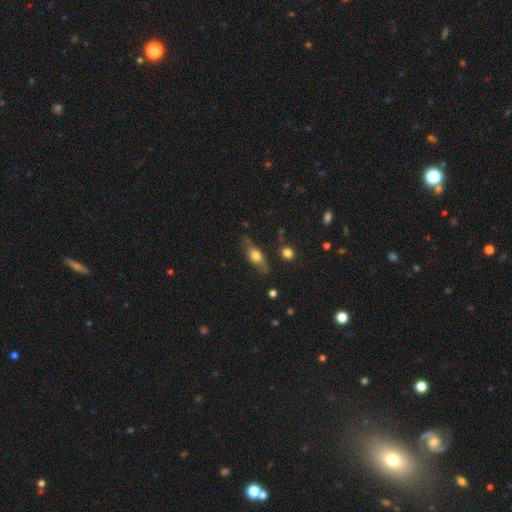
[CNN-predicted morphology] smooth_or_featured: smooth (p=0.61) [alt: featured or disk p=0.32]
how_rounded: in between (p=0.64) [alt: cigar-shaped p=0.28]
merging: none (p=0.70) [alt: minor disturbance p=0.21]